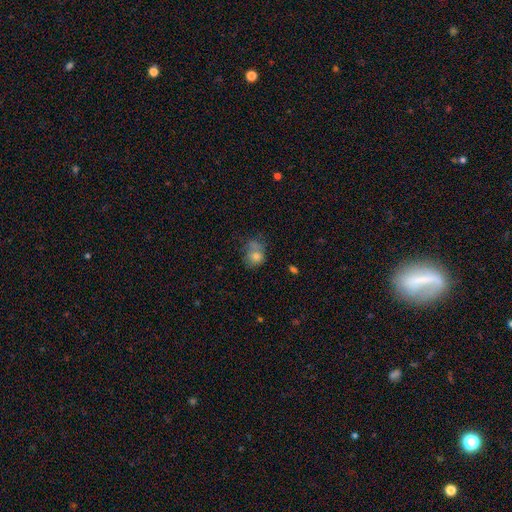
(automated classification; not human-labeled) smooth 70%, featured or disk 16%, star or artifact 14%. Down the decision tree: how rounded — round (60%); merging — none (41%).